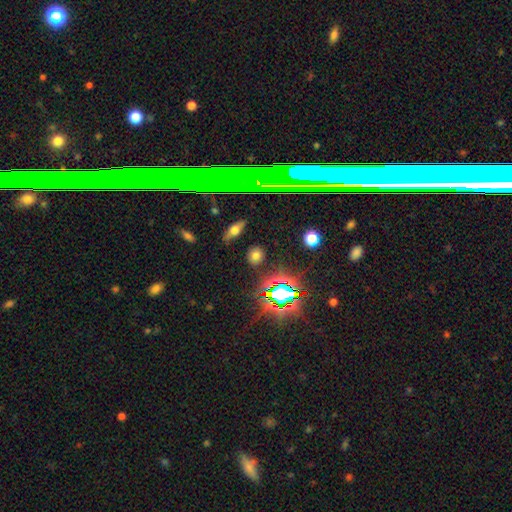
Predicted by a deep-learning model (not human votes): Smooth or featured?
  - smooth: 64% *
  - star or artifact: 26%
  - featured or disk: 10%
How rounded?
  - round: 69% *
  - in between: 28%
  - cigar-shaped: 3%
Merging?
  - none: 86% *
  - minor disturbance: 9%
  - major disturbance: 3%
  - merger: 3%